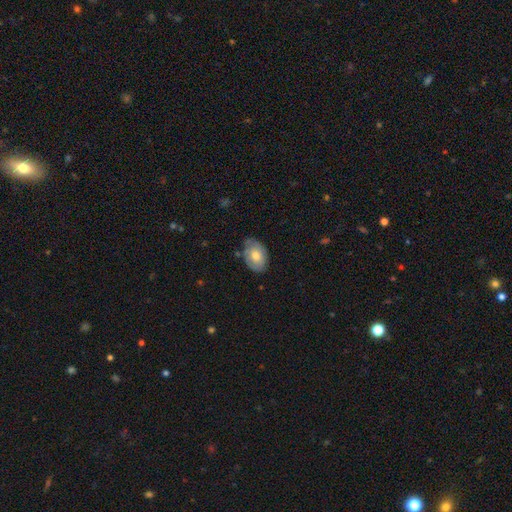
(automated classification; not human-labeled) Q: Smooth or featured?
A: smooth (62%); runner-up: featured or disk (32%)
Q: How rounded?
A: in between (86%); runner-up: round (13%)
Q: Merging?
A: none (67%); runner-up: minor disturbance (26%)